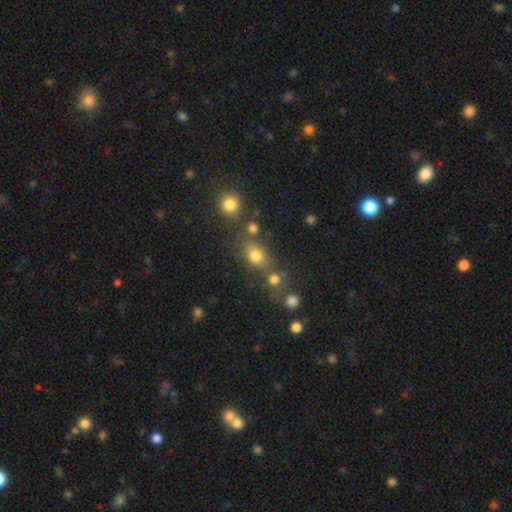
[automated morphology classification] Q: Smooth or featured?
A: smooth (74%); runner-up: star or artifact (17%)
Q: How rounded?
A: in between (50%); runner-up: round (48%)
Q: Merging?
A: none (57%); runner-up: merger (22%)